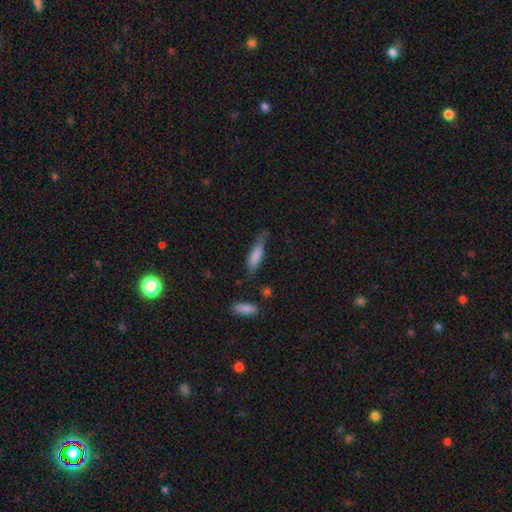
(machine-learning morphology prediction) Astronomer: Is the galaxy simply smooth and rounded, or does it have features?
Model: smooth — 80%.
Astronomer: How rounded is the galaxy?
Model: cigar-shaped — 59% (runner-up: in between, 39%).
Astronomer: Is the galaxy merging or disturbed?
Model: none — 56% (runner-up: minor disturbance, 32%).